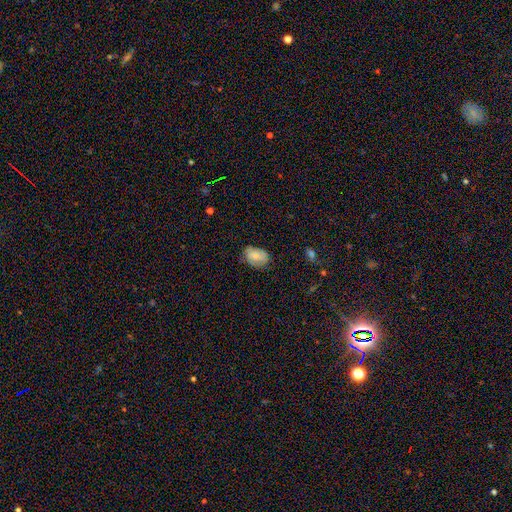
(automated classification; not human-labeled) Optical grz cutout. It shows a smooth galaxy with no disk features (78%) that is in between round and cigar-shaped (82%). Merging: none (63%).